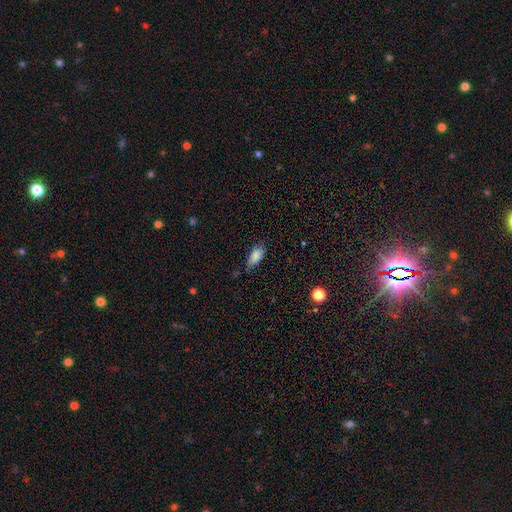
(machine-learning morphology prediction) A smooth galaxy with no disk features (85%) that is in between round and cigar-shaped (84%). Merging: none (63%).